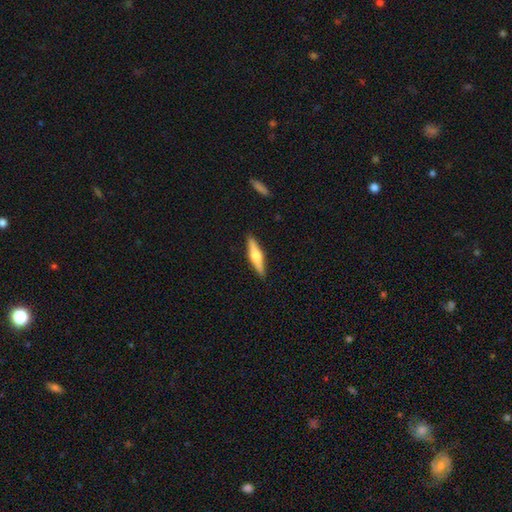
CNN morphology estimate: Smooth or featured? Predicted: featured or disk (p=0.62). Edge-on disk? Predicted: yes (p=0.97). Edge-on bulge? Predicted: rounded (p=0.91). Merging? Predicted: none (p=0.91).